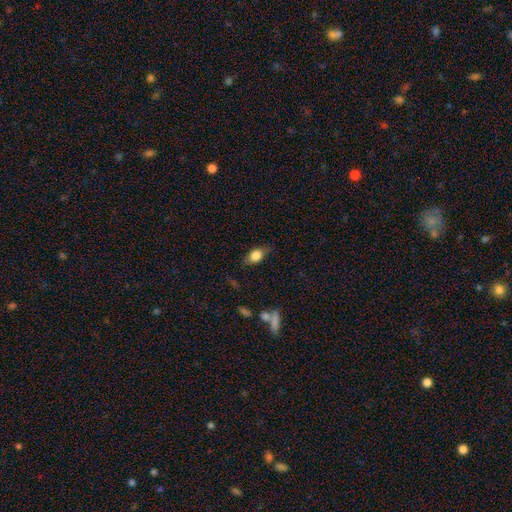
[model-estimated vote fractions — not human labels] A smooth galaxy with no disk features (77%) that is in between round and cigar-shaped (75%). Merging: none (72%).